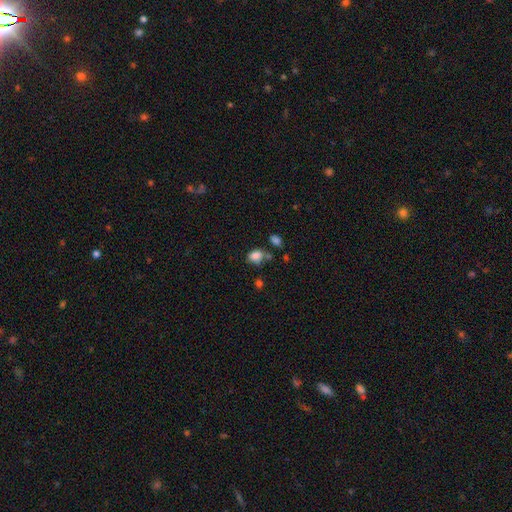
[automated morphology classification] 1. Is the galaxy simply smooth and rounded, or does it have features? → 82% smooth, 11% star or artifact, 7% featured or disk.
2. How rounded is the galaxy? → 61% in between, 38% round, 1% cigar-shaped.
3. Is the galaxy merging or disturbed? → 53% none, 22% minor disturbance, 16% merger, 9% major disturbance.